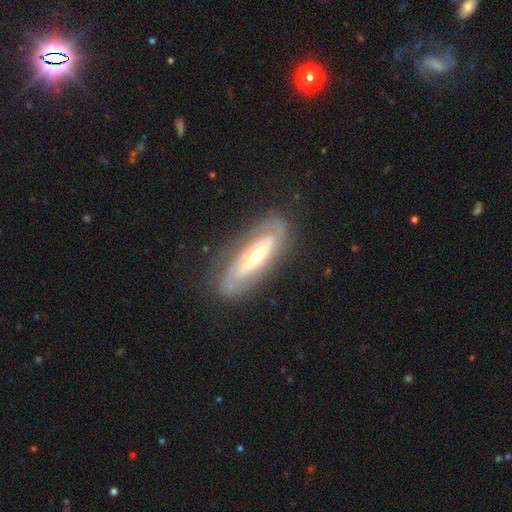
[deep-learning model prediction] smooth-or-featured: featured or disk: 75% | smooth: 19% | star or artifact: 6%
  disk-edge-on: no: 76% | yes: 24%
    bar: no: 37% | strong: 36% | weak: 27%
    has-spiral-arms: yes: 71% | no: 29%
    bulge-size: moderate: 55% | small: 36% | large: 6% | dominant: 1% | none: 1%
  merging: none: 81% | minor disturbance: 13% | major disturbance: 5% | merger: 1%